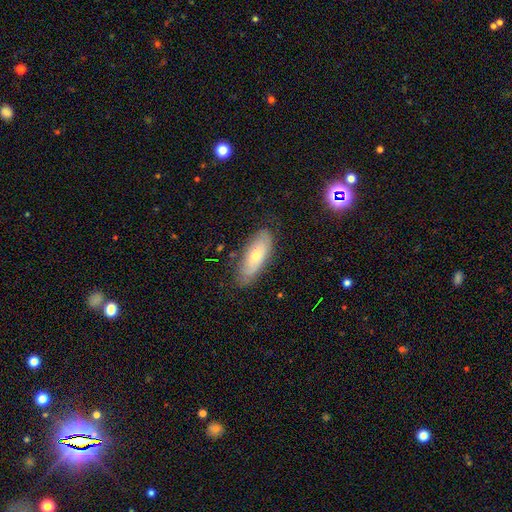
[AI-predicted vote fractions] Overall: smooth (53%; featured or disk 40%). How rounded: in between (75%). Merging: none (77%).